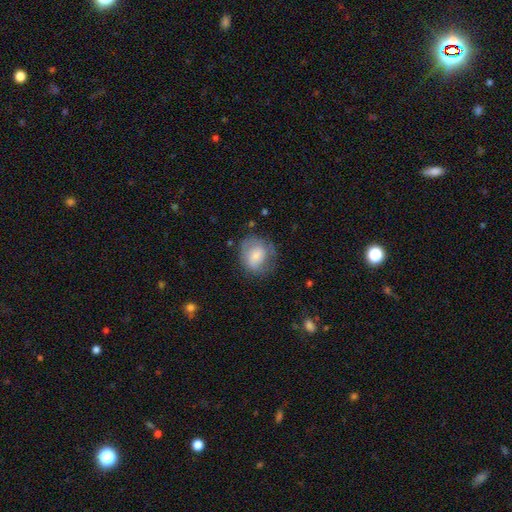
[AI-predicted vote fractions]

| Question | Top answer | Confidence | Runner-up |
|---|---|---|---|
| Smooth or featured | smooth | 64% | featured or disk (28%) |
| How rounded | round | 62% | in between (37%) |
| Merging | none | 61% | minor disturbance (24%) |